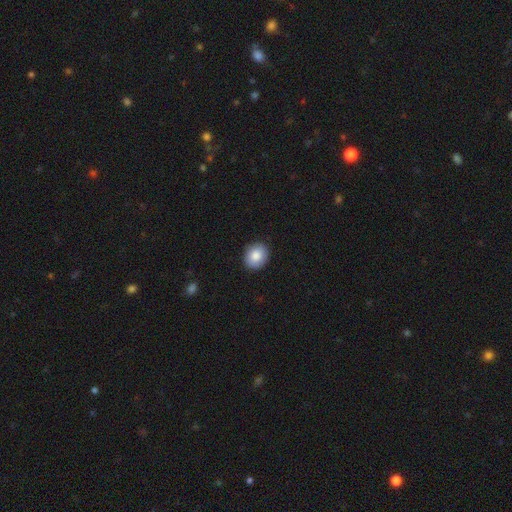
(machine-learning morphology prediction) A smooth galaxy with no disk features (85%) that is round (59%).

Vote fractions:
- Smooth or featured? smooth: 85% / featured or disk: 8% / star or artifact: 7%
- How rounded? round: 59% / in between: 40% / cigar-shaped: 1%
- Merging? none: 90% / minor disturbance: 7% / major disturbance: 2% / merger: 1%